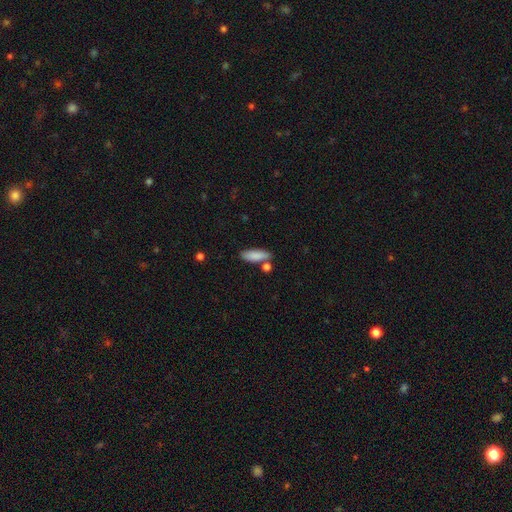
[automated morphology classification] smooth_or_featured: smooth (p=0.85) [alt: featured or disk p=0.09]
how_rounded: in between (p=0.61) [alt: cigar-shaped p=0.36]
merging: none (p=0.70) [alt: minor disturbance p=0.14]